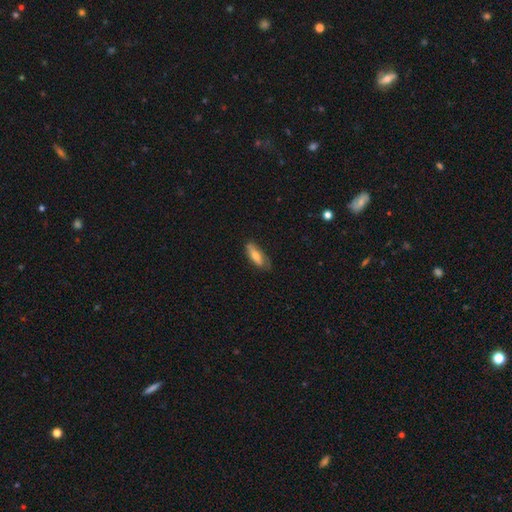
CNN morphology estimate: A smooth galaxy with no disk features (68%) that is in between round and cigar-shaped (63%).

Vote fractions:
- Smooth or featured? smooth: 68% / featured or disk: 26% / star or artifact: 6%
- How rounded? in between: 63% / cigar-shaped: 35% / round: 2%
- Merging? none: 69% / minor disturbance: 24% / major disturbance: 6% / merger: 1%